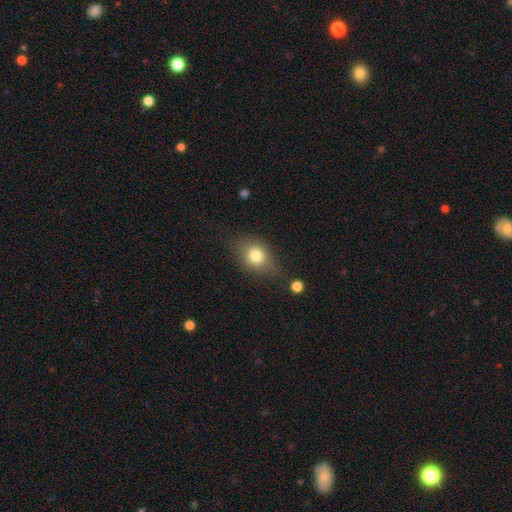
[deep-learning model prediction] smooth_or_featured: smooth (p=0.77) [alt: featured or disk p=0.13]
how_rounded: in between (p=0.61) [alt: round p=0.37]
merging: none (p=0.71) [alt: minor disturbance p=0.20]